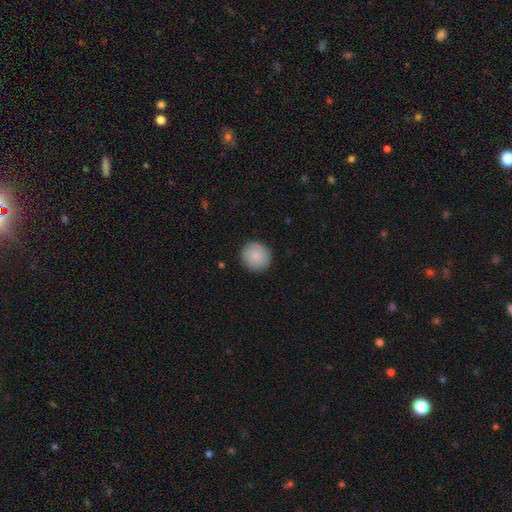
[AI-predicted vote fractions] Smooth or featured? smooth (88%)
How rounded? round (93%)
Merging? none (91%)